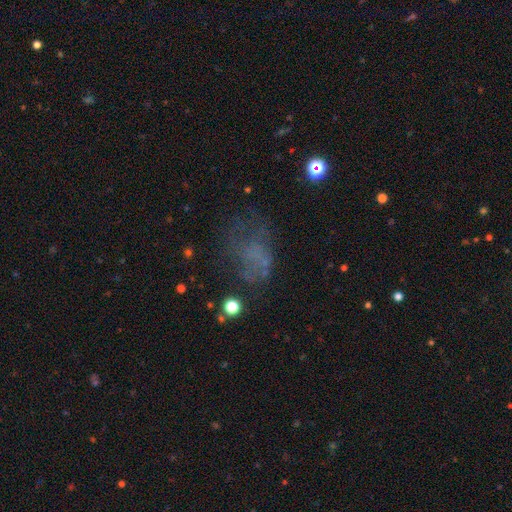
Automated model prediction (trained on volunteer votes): A smooth galaxy with no disk features (39%). Merging: none (40%).